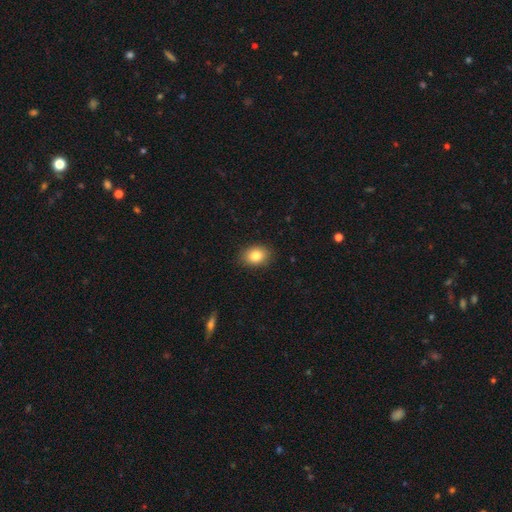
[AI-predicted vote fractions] smooth-or-featured: smooth: 84% | star or artifact: 9% | featured or disk: 7%
  how-rounded: in between: 66% | round: 33% | cigar-shaped: 1%
  merging: none: 88% | minor disturbance: 9% | major disturbance: 2% | merger: 1%